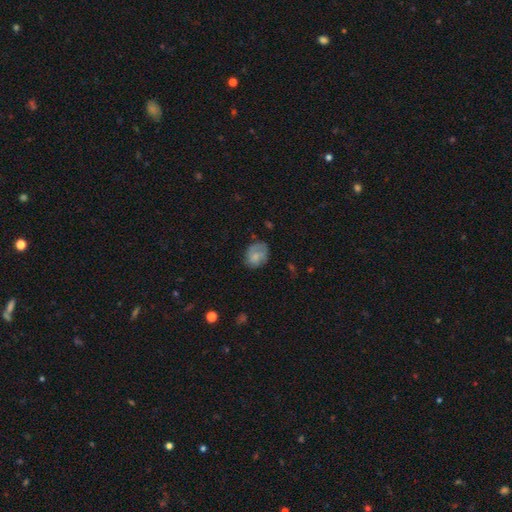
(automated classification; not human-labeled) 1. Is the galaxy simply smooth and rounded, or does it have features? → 67% smooth, 24% featured or disk, 9% star or artifact.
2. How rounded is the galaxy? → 55% in between, 44% round, 1% cigar-shaped.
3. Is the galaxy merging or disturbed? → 60% none, 27% minor disturbance, 11% major disturbance, 2% merger.